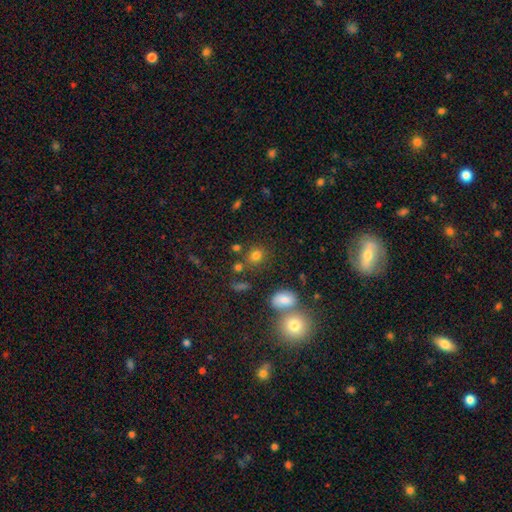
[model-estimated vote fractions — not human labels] Smooth or featured: smooth — 77% (star or artifact — 15%)
How rounded: round — 67% (in between — 31%)
Merging: none — 71% (merger — 13%)